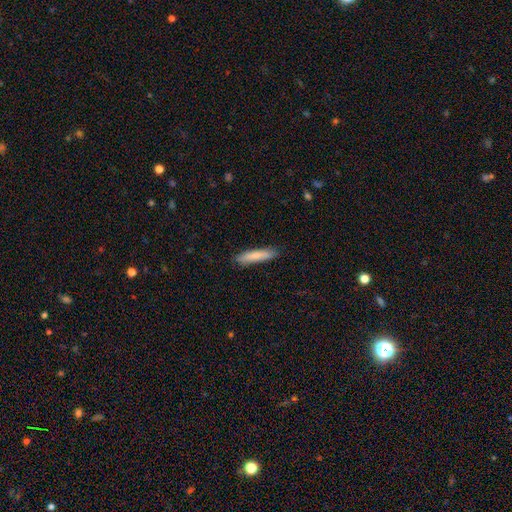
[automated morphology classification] This is likely a smooth galaxy (79%). How rounded: clearly cigar-shaped (86%). Merging: clearly none (88%).